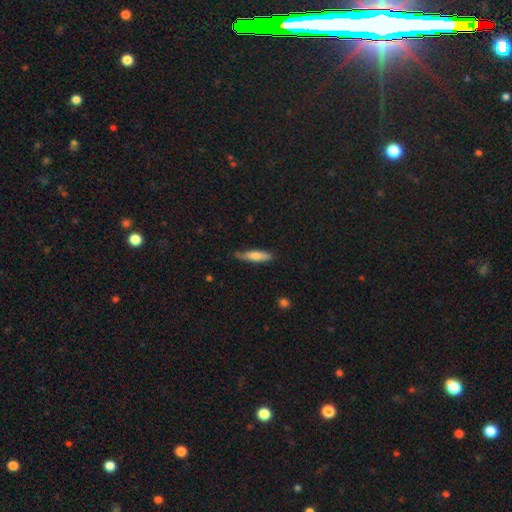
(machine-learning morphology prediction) smooth-or-featured: smooth: 69% | featured or disk: 25% | star or artifact: 6%
  how-rounded: cigar-shaped: 76% | in between: 22% | round: 2%
  merging: none: 68% | minor disturbance: 26% | major disturbance: 4% | merger: 2%